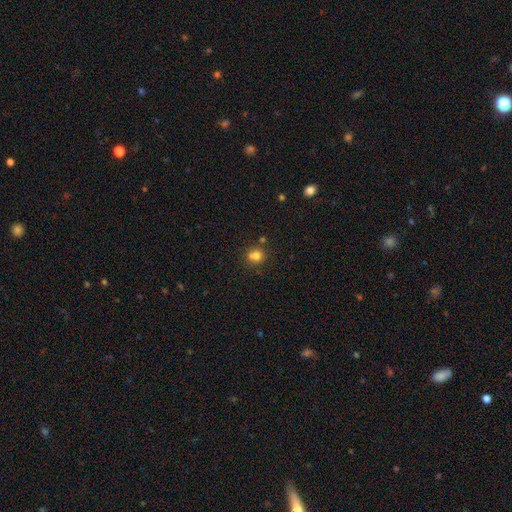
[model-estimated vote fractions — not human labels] Smooth or featured?
  - smooth: 76% *
  - star or artifact: 14%
  - featured or disk: 10%
How rounded?
  - round: 76% *
  - in between: 23%
  - cigar-shaped: 1%
Merging?
  - none: 56% *
  - merger: 27%
  - minor disturbance: 12%
  - major disturbance: 4%